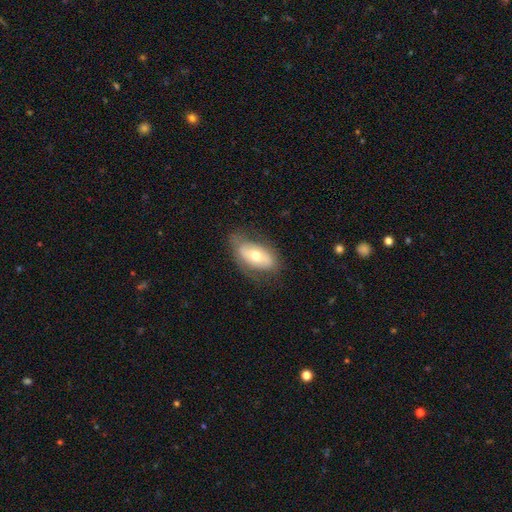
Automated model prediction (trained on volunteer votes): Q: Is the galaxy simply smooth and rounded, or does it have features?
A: smooth — 51%.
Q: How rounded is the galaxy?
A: in between — 91%.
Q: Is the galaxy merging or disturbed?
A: none — 66%.